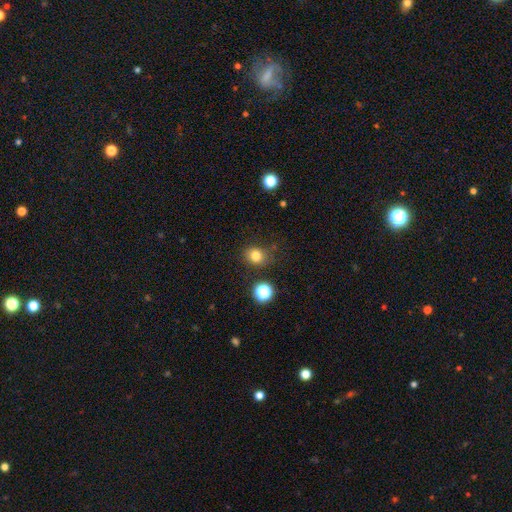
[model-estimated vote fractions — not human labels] smooth_or_featured: smooth (p=0.78) [alt: star or artifact p=0.15]
how_rounded: round (p=0.73) [alt: in between p=0.26]
merging: none (p=0.78) [alt: minor disturbance p=0.14]